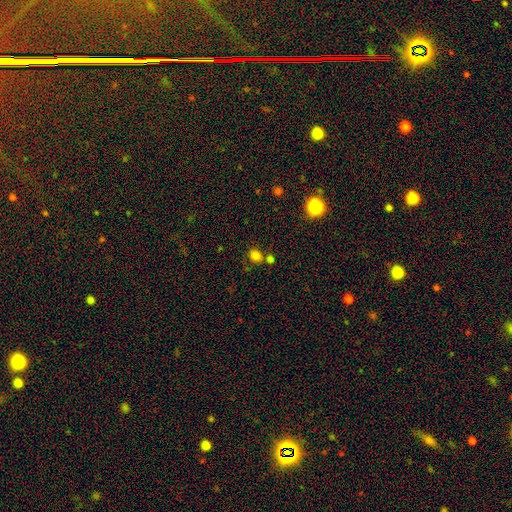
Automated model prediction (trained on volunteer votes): smooth-or-featured: smooth: 78% | star or artifact: 16% | featured or disk: 6%
  how-rounded: round: 65% | in between: 34% | cigar-shaped: 1%
  merging: none: 65% | merger: 19% | minor disturbance: 12% | major disturbance: 4%